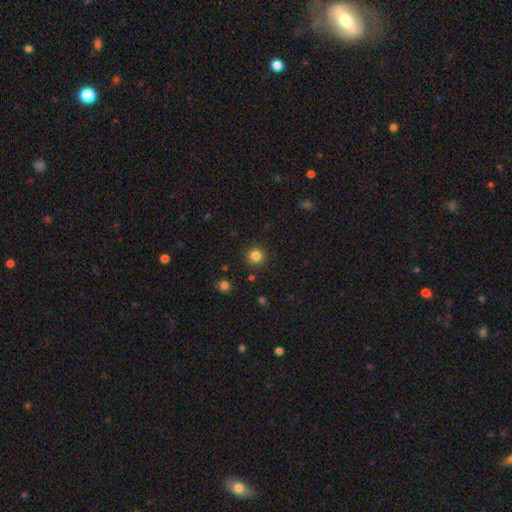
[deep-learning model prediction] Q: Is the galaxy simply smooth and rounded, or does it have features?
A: smooth — 83%.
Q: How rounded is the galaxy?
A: round — 93%.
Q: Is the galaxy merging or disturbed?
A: none — 90%.